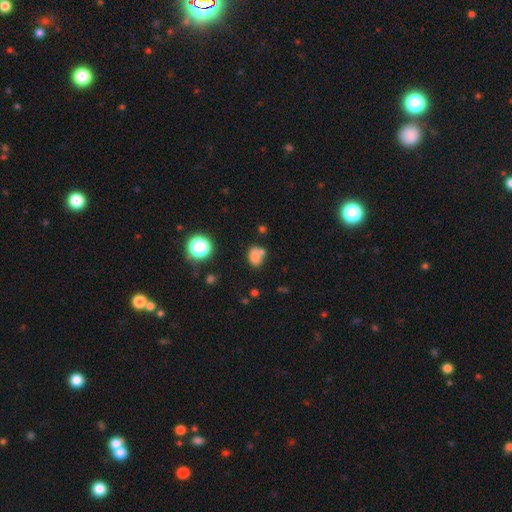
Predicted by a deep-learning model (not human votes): This is likely a smooth galaxy (75%). How rounded: likely in between (61%). Merging: possibly none (46%).